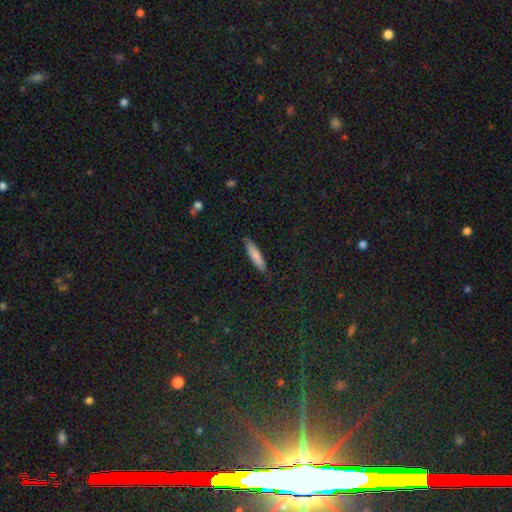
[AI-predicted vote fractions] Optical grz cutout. It shows a smooth galaxy with no disk features (80%) that is cigar-shaped (80%). Merging: none (86%).